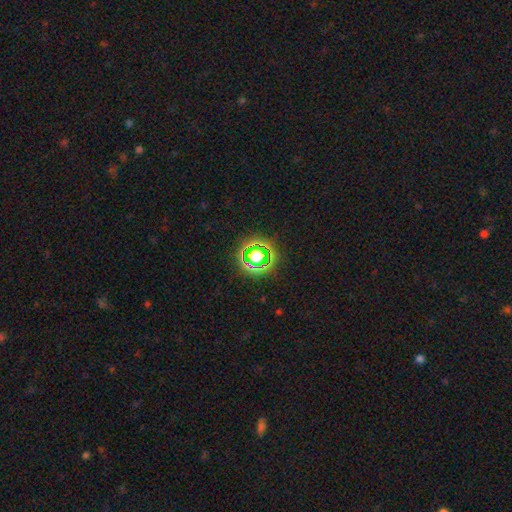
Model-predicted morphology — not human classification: Smooth or featured? Predicted: star or artifact (p=0.52).